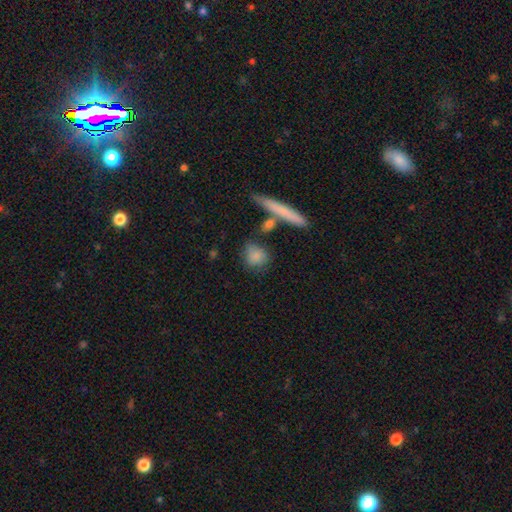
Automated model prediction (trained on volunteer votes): The model was most divided on "how rounded": round: 62%, in between: 27%, cigar-shaped: 11%. More confident: smooth or featured — smooth (81%); merging — none (69%).